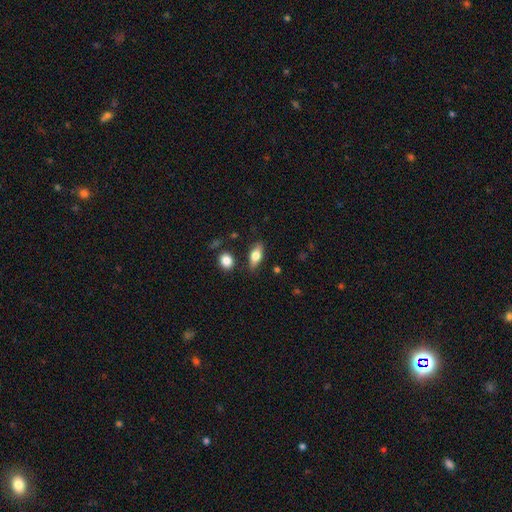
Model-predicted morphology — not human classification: This appears to be a smooth galaxy with no disk features (65%) that is in between round and cigar-shaped (75%). Merging: none (80%).